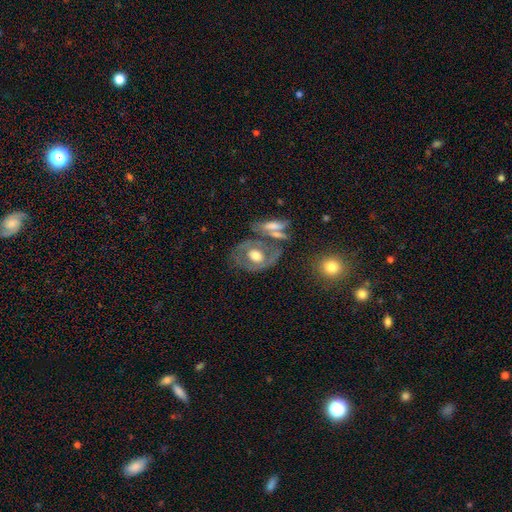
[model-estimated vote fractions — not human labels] Smooth or featured?
  - featured or disk: 56% *
  - smooth: 36%
  - star or artifact: 8%
Edge-on disk?
  - no: 92% *
  - yes: 8%
Bar?
  - no: 77% *
  - weak: 16%
  - strong: 7%
Spiral arms?
  - no: 64% *
  - yes: 36%
Bulge size?
  - moderate: 53% *
  - large: 35%
  - small: 6%
  - dominant: 3%
  - none: 2%
Merging?
  - none: 54% *
  - minor disturbance: 17%
  - merger: 17%
  - major disturbance: 12%